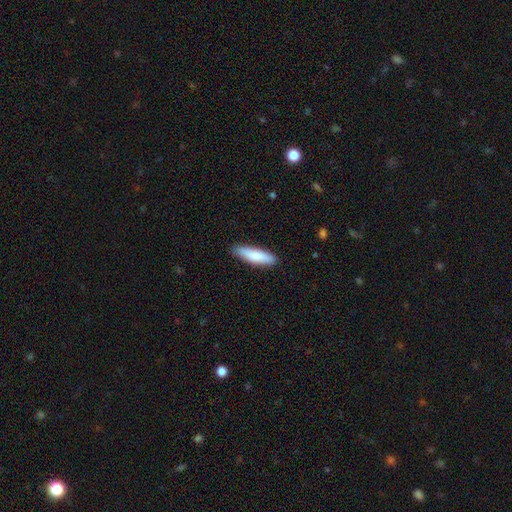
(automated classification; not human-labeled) The model was most divided on "how rounded": cigar-shaped: 69%, in between: 30%, round: 1%. More confident: merging — none (88%); smooth or featured — smooth (81%).